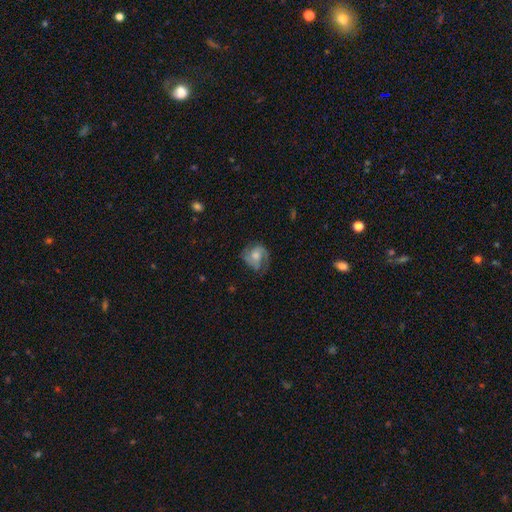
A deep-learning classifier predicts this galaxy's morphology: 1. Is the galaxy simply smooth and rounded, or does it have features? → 60% featured or disk, 32% smooth, 8% star or artifact.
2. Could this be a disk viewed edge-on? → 97% no, 3% yes.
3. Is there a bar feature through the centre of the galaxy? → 63% no, 31% weak, 6% strong.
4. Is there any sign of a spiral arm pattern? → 88% yes, 12% no.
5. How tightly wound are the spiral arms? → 47% medium, 29% tight, 24% loose.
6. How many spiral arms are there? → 67% 2, 13% can't tell, 9% 3, 7% 1, 2% 4, 2% more than 4.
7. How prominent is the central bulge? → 51% moderate, 23% small, 17% large, 7% none, 2% dominant.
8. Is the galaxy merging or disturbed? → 61% none, 23% minor disturbance, 15% major disturbance, 1% merger.